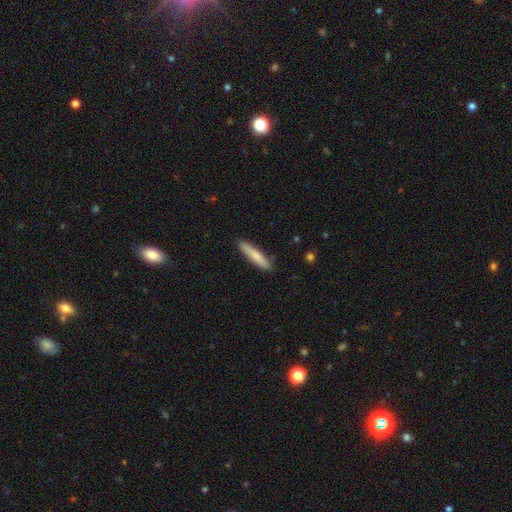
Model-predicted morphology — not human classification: Q: Smooth or featured?
A: smooth (74%); runner-up: featured or disk (20%)
Q: How rounded?
A: cigar-shaped (89%); runner-up: in between (10%)
Q: Merging?
A: none (88%); runner-up: minor disturbance (9%)